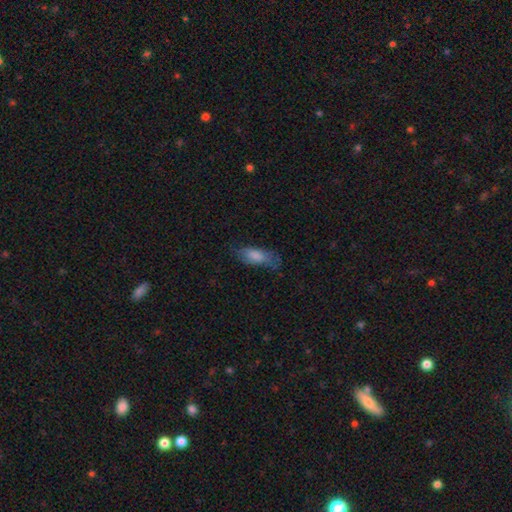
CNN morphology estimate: Overall: smooth (76%). How rounded: in between (78%). Merging: none (55%; minor disturbance 29%).